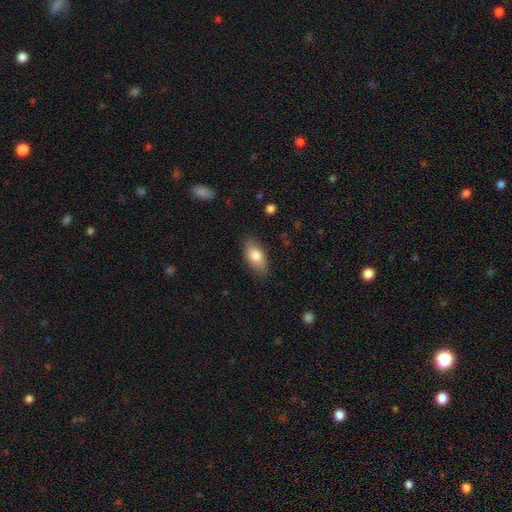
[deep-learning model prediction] smooth-or-featured: smooth: 79% | featured or disk: 15% | star or artifact: 7%
  how-rounded: in between: 89% | cigar-shaped: 8% | round: 4%
  merging: none: 82% | minor disturbance: 14% | major disturbance: 3% | merger: 1%